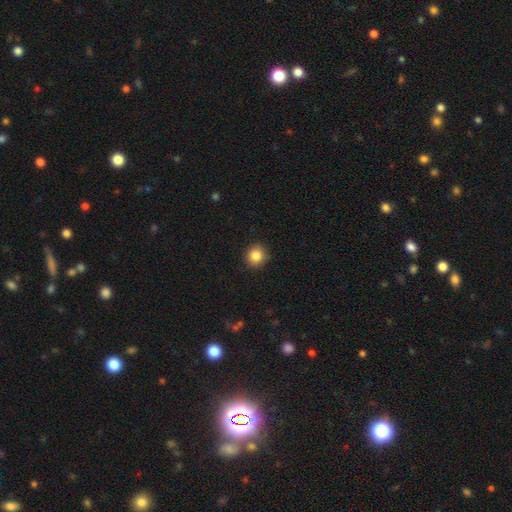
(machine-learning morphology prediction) Smooth or featured: smooth — 86% (star or artifact — 9%)
How rounded: round — 89% (in between — 10%)
Merging: none — 88% (minor disturbance — 9%)